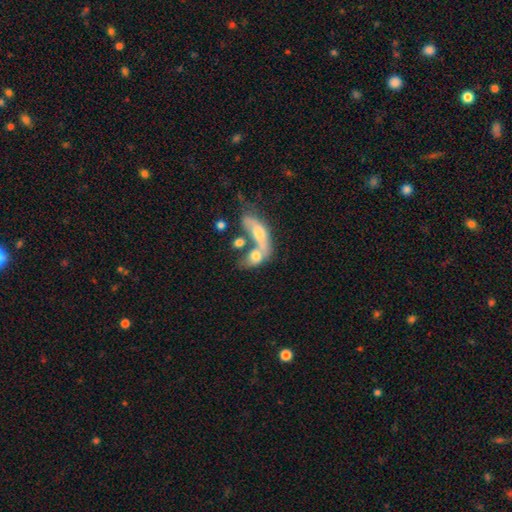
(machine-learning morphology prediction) A smooth galaxy with no disk features (60%) that is in between round and cigar-shaped (76%).

Vote fractions:
- Smooth or featured? smooth: 60% / featured or disk: 31% / star or artifact: 9%
- How rounded? in between: 76% / round: 13% / cigar-shaped: 11%
- Merging? merger: 66% / none: 14% / major disturbance: 12% / minor disturbance: 8%